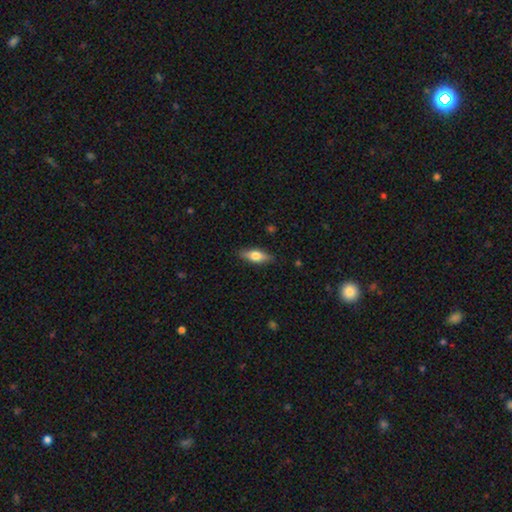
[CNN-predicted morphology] Q: Smooth or featured?
A: smooth (60%); runner-up: featured or disk (33%)
Q: How rounded?
A: in between (64%); runner-up: cigar-shaped (32%)
Q: Merging?
A: none (86%); runner-up: minor disturbance (10%)